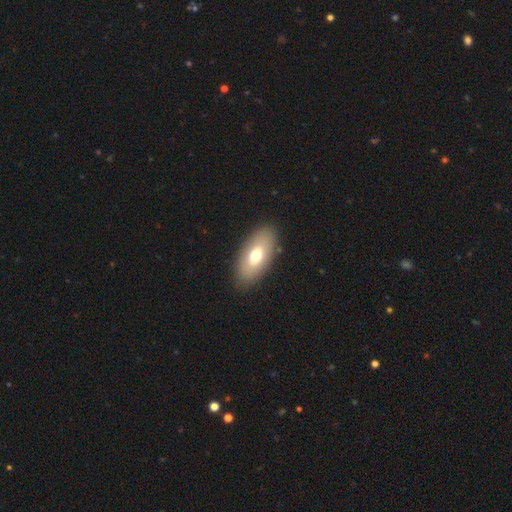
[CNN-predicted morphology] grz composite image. It shows a smooth galaxy with no disk features (67%) that is in between round and cigar-shaped (90%). Merging: none (86%).